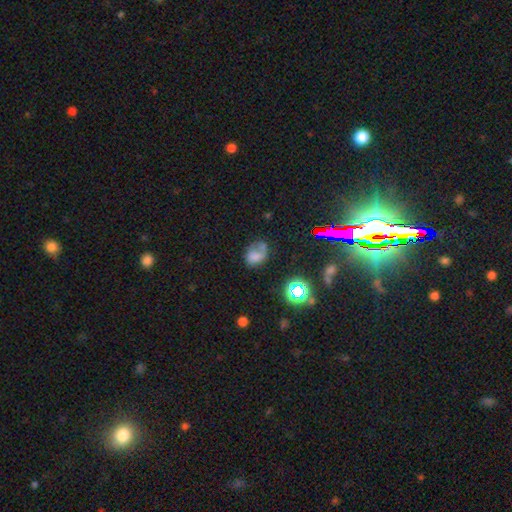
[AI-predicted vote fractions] smooth 56%, featured or disk 25%, star or artifact 18%. Down the decision tree: how rounded — in between (61%); merging — none (36%).